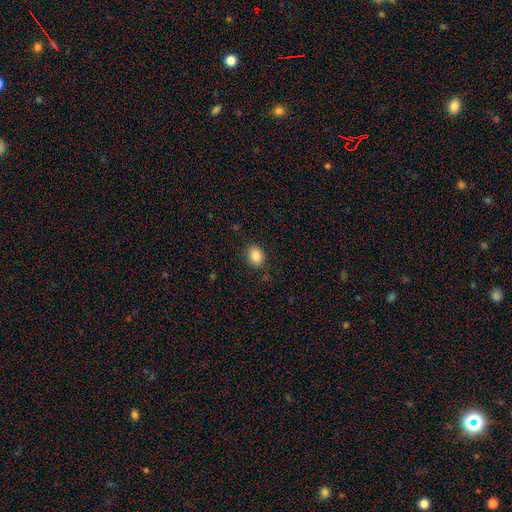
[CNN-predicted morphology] Smooth or featured?
  - smooth: 85% *
  - star or artifact: 9%
  - featured or disk: 5%
How rounded?
  - round: 50% *
  - in between: 49%
  - cigar-shaped: 1%
Merging?
  - none: 86% *
  - minor disturbance: 10%
  - major disturbance: 2%
  - merger: 1%